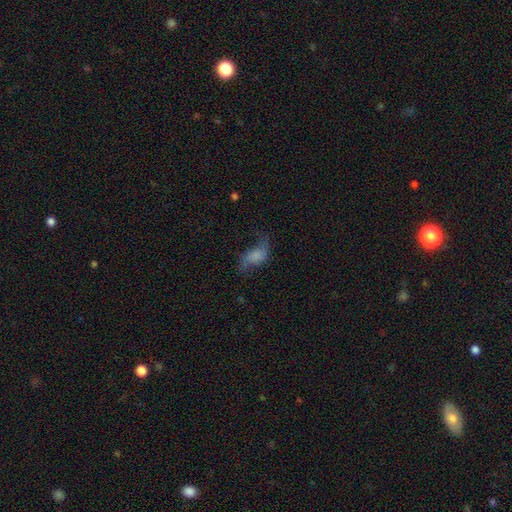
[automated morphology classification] featured or disk 52%, smooth 36%, star or artifact 12%. Down the decision tree: edge-on disk — no (95%); merging — none (52%).